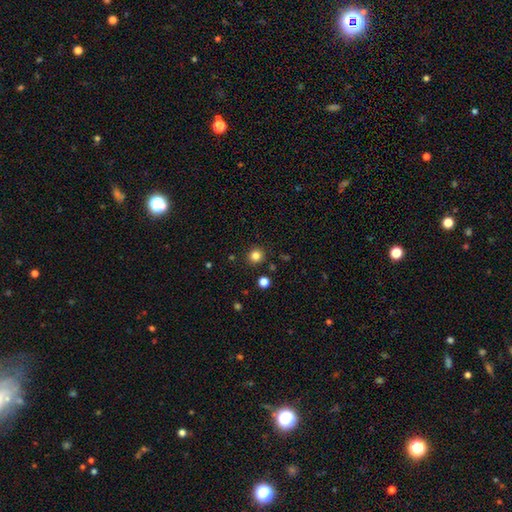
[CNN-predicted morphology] A smooth galaxy with no disk features (83%) that is round (92%). Merging: none (90%).